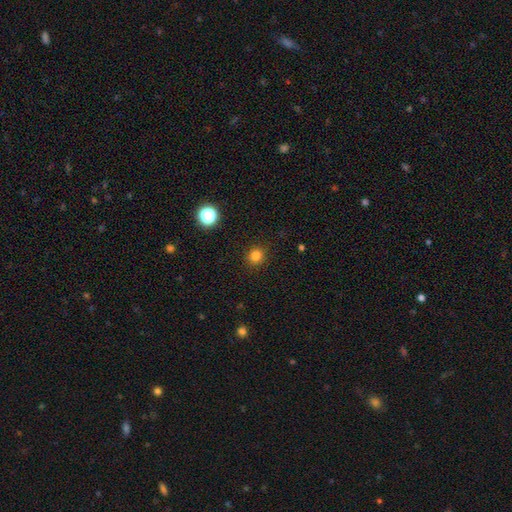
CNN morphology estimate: type=smooth (81%); roundness=round (89%); merging=none (90%).